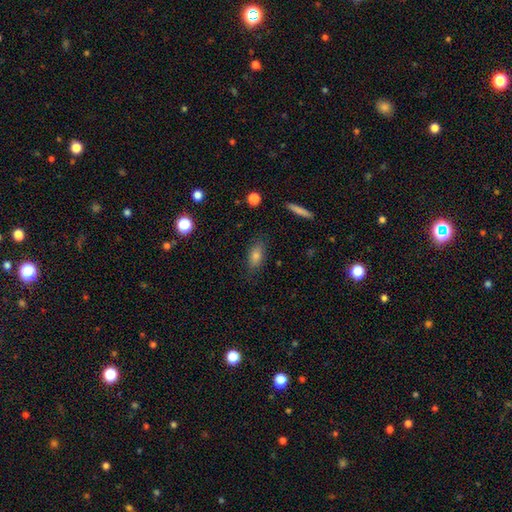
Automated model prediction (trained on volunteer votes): This appears to be a smooth galaxy with no disk features (75%) that is in between round and cigar-shaped (76%). Merging: none (82%).